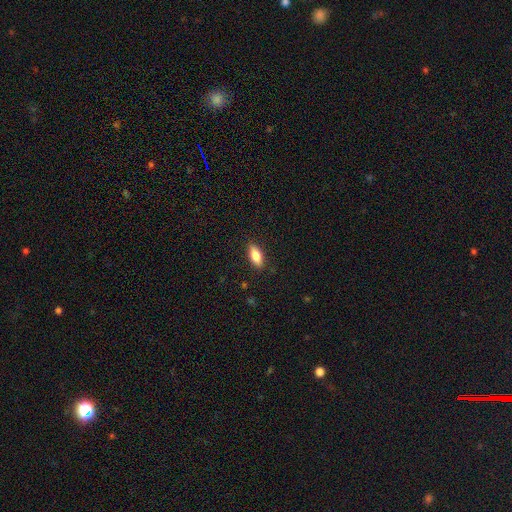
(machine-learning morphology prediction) Smooth or featured? Predicted: smooth (p=0.79). How rounded? Predicted: in between (p=0.80). Merging? Predicted: none (p=0.88).